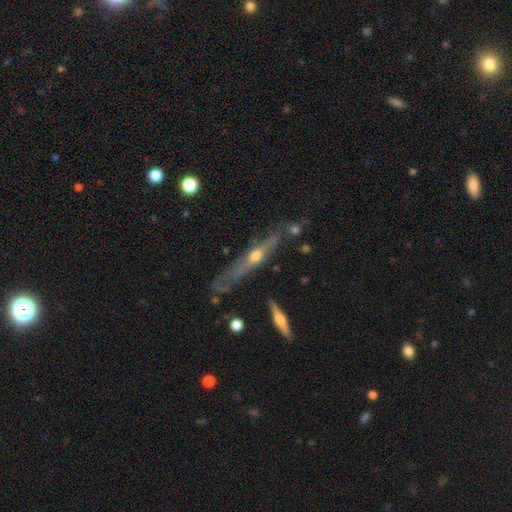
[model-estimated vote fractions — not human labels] smooth-or-featured: featured or disk: 69% | smooth: 23% | star or artifact: 8%
  disk-edge-on: yes: 86% | no: 14%
    edge-on-bulge: rounded: 84% | none: 12% | boxy: 4%
  merging: none: 55% | minor disturbance: 26% | major disturbance: 13% | merger: 6%